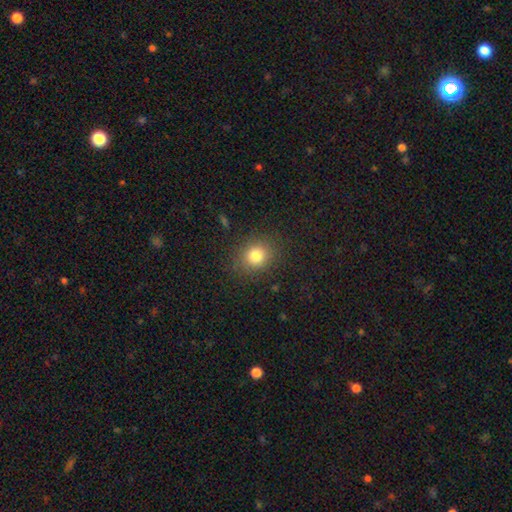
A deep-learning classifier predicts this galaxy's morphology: A smooth galaxy with no disk features (80%) that is round (75%). Merging: none (86%).